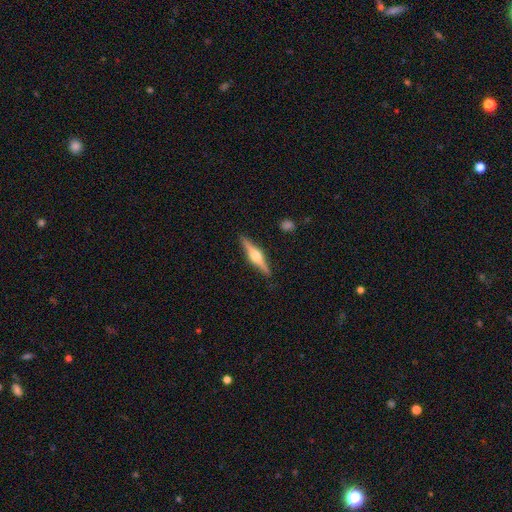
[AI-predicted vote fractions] Q: Smooth or featured?
A: featured or disk (76%); runner-up: smooth (19%)
Q: Edge-on disk?
A: yes (98%); runner-up: no (2%)
Q: Edge-on bulge?
A: rounded (94%); runner-up: boxy (4%)
Q: Merging?
A: none (90%); runner-up: minor disturbance (7%)